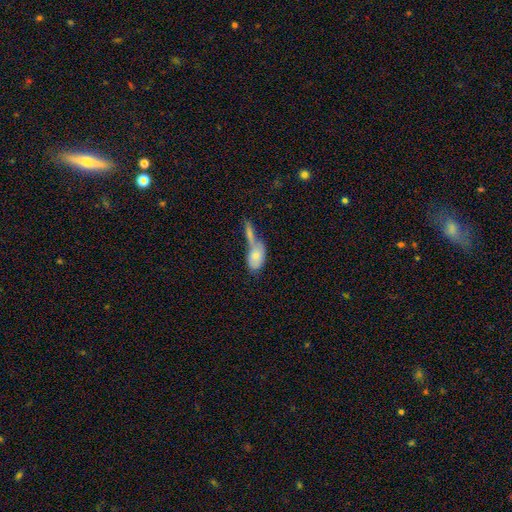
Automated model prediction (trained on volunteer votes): Smooth or featured: smooth — 70% (featured or disk — 24%)
How rounded: in between — 89% (cigar-shaped — 6%)
Merging: merger — 63% (none — 18%)